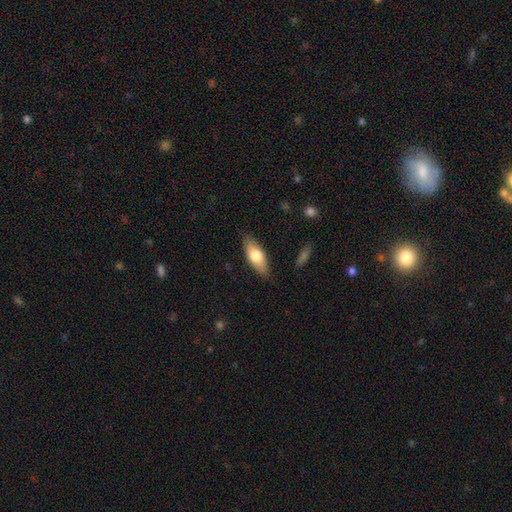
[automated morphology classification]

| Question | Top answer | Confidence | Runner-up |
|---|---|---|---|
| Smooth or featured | smooth | 70% | featured or disk (24%) |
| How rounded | in between | 76% | cigar-shaped (22%) |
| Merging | none | 85% | minor disturbance (11%) |